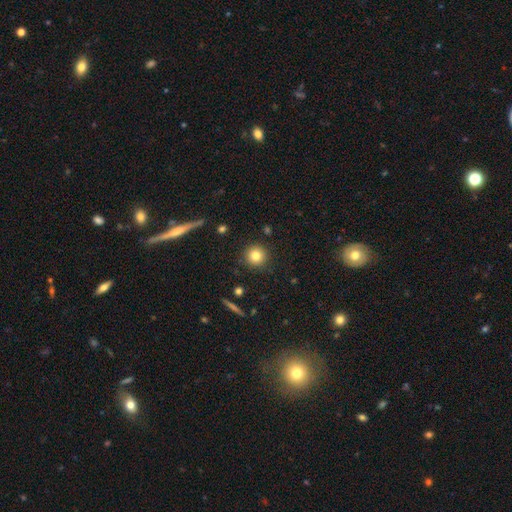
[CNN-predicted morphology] Smooth or featured? smooth (81%)
How rounded? round (94%)
Merging? none (90%)